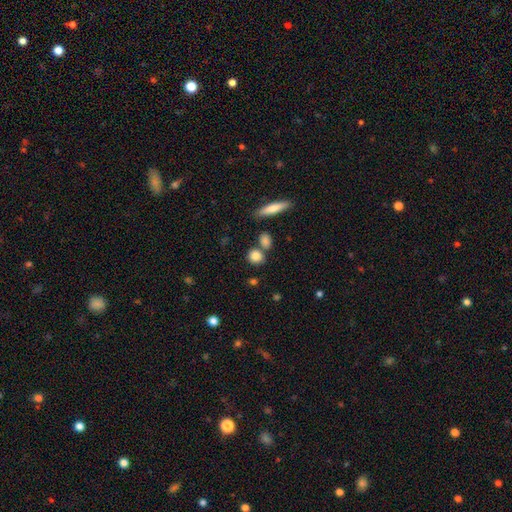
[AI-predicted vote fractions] smooth-or-featured: smooth: 83% | star or artifact: 9% | featured or disk: 8%
  how-rounded: round: 71% | in between: 24% | cigar-shaped: 4%
  merging: none: 67% | merger: 19% | minor disturbance: 11% | major disturbance: 3%